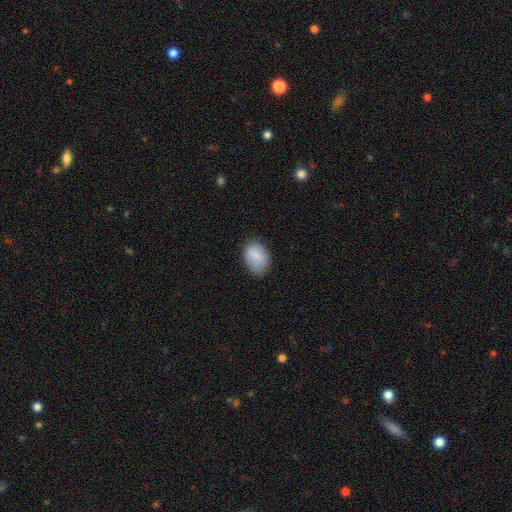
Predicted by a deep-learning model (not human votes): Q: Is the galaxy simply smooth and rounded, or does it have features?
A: smooth — 83%.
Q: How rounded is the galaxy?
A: in between — 81%.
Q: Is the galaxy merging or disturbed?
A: none — 75%.